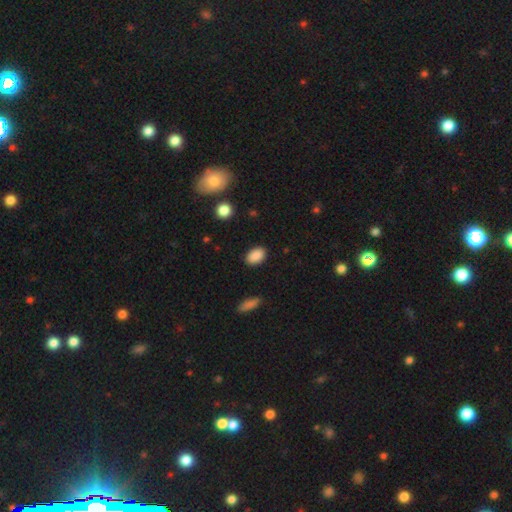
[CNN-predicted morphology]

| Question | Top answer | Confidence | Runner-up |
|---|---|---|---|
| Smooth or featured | smooth | 89% | star or artifact (8%) |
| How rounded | in between | 88% | round (11%) |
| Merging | none | 88% | minor disturbance (9%) |